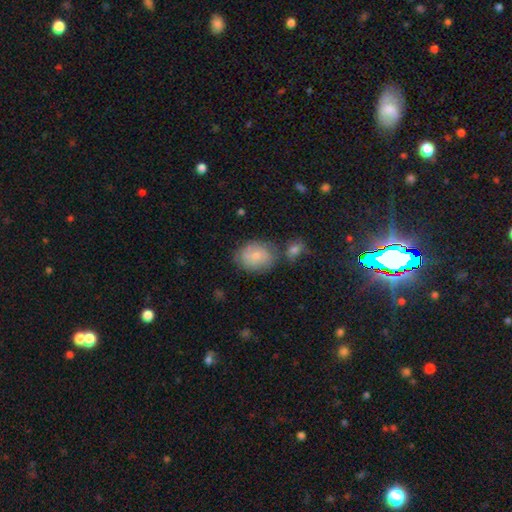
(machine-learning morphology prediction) This appears to be a smooth galaxy with no disk features (71%) that is in between round and cigar-shaped (55%). Merging: none (61%).